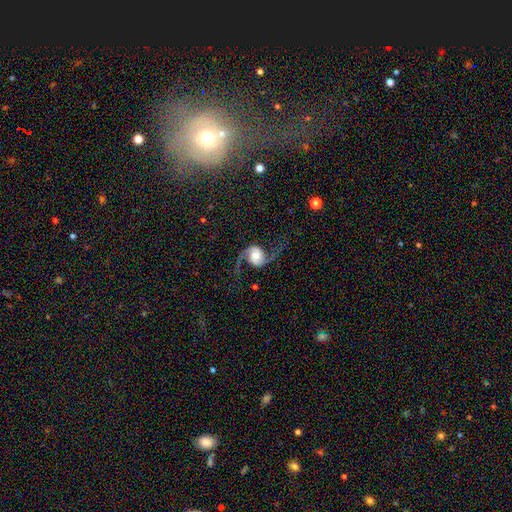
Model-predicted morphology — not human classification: A featured or disk galaxy (88%) with no bar (62%), 2 (94%) loose (77%) spiral arms (98%) and a moderate central bulge (37%). Merging: none (73%).